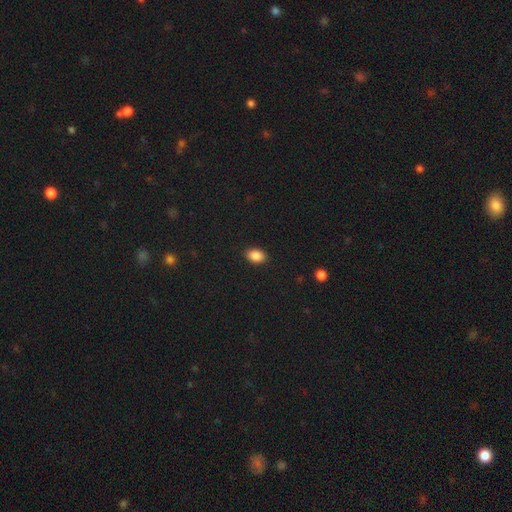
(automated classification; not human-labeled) Overall: smooth (87%). How rounded: in between (82%). Merging: none (89%).